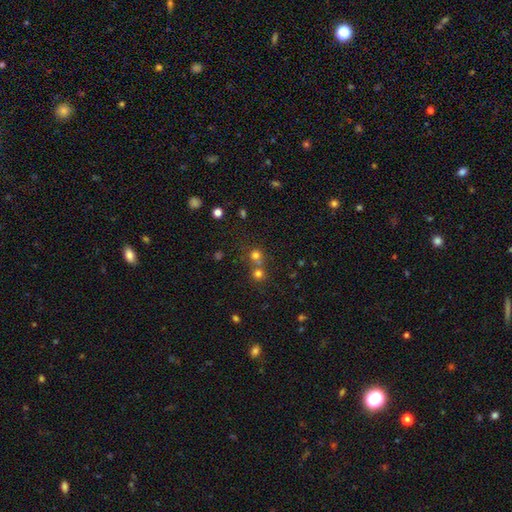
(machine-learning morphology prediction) type=smooth (68%); roundness=round (87%); merging=none (52%).